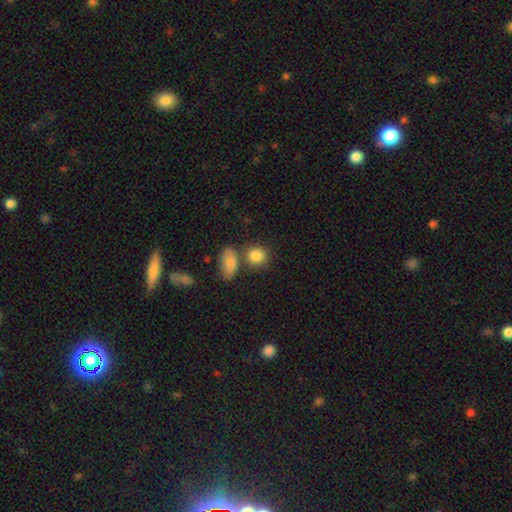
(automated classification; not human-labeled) Overall: smooth (86%). How rounded: round (70%). Merging: none (60%; merger 24%).